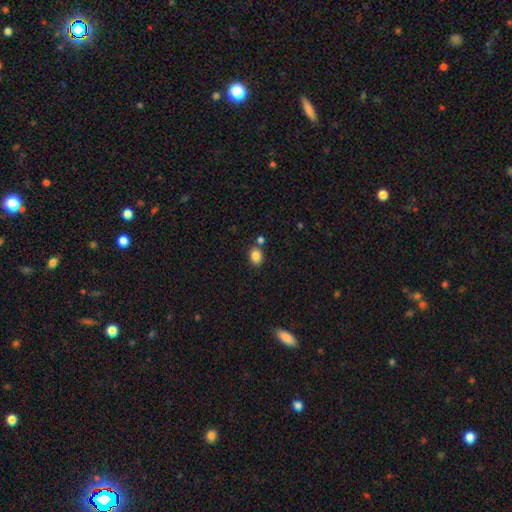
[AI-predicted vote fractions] A smooth galaxy with no disk features (86%) that is in between round and cigar-shaped (60%). Merging: none (69%).